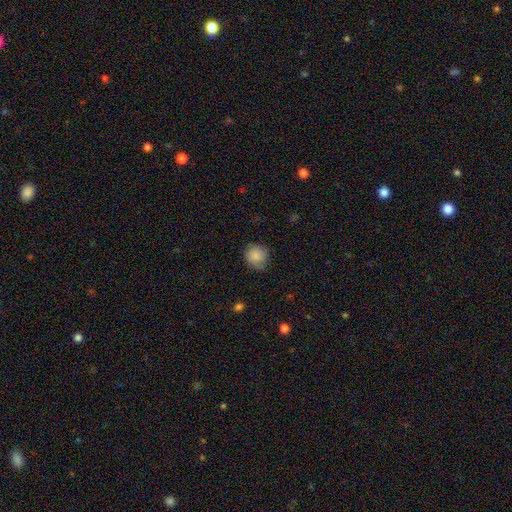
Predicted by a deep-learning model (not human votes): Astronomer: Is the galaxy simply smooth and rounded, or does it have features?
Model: smooth — 84%.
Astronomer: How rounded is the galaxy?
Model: round — 87%.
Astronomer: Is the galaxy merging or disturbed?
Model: none — 73%.